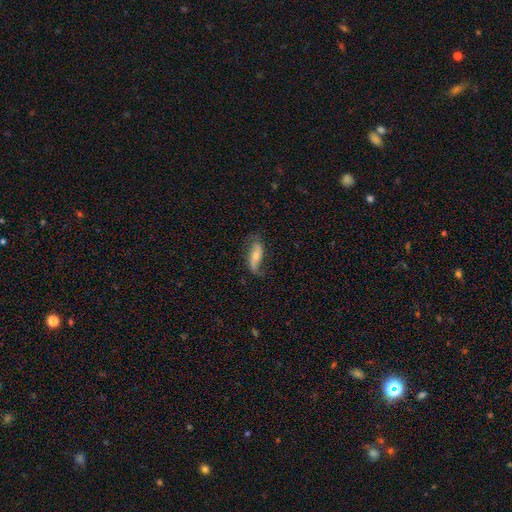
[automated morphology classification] type=featured or disk (55%); edge-on=no (83%); merging=none (65%).